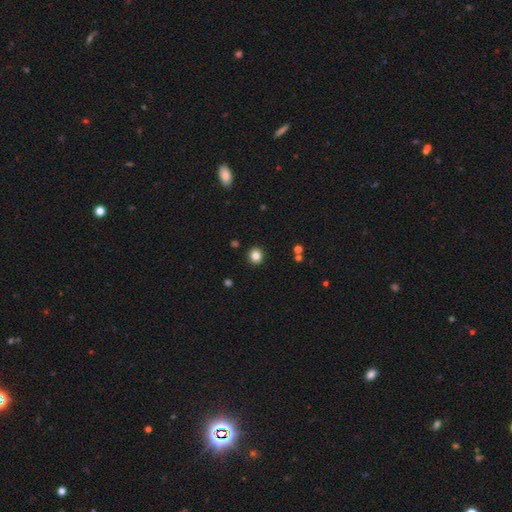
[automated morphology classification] Smooth or featured? Predicted: smooth (p=0.83). How rounded? Predicted: round (p=0.89). Merging? Predicted: none (p=0.92).